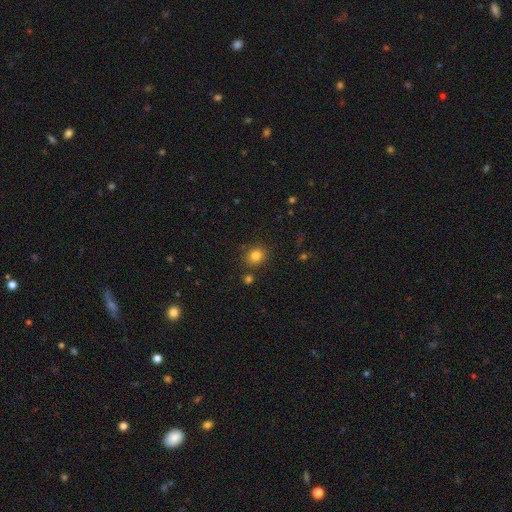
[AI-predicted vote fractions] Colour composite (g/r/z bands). It shows a smooth galaxy with no disk features (81%) that is round (72%). Merging: none (83%).